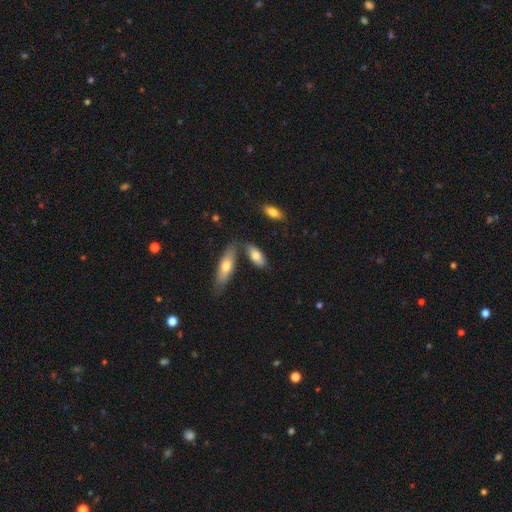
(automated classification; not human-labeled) Morphology: type=smooth (75%); roundness=in between (80%); merging=none (64%).